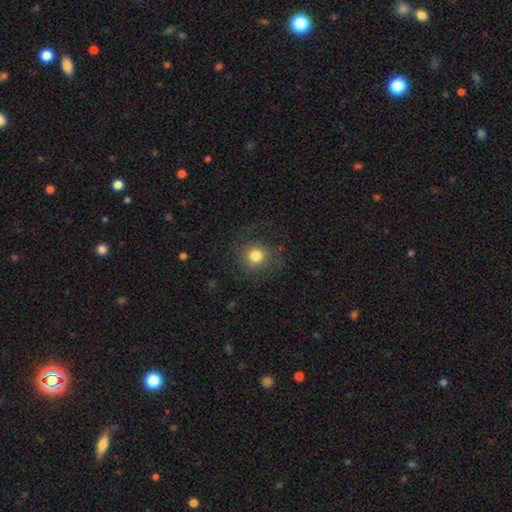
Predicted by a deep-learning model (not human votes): smooth-or-featured: smooth: 75% | featured or disk: 13% | star or artifact: 12%
  how-rounded: round: 90% | in between: 9% | cigar-shaped: 1%
  merging: none: 76% | minor disturbance: 12% | major disturbance: 11% | merger: 1%